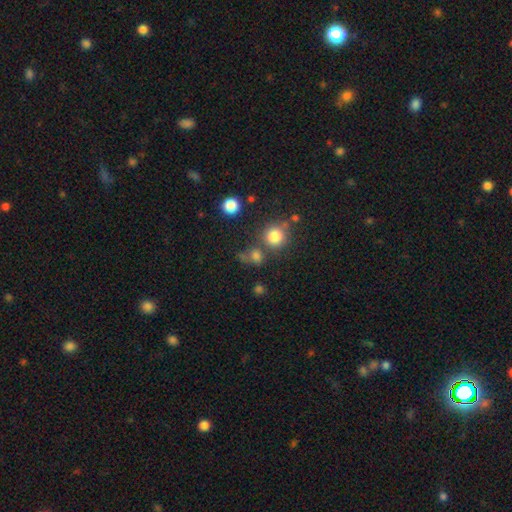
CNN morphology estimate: Q: Smooth or featured?
A: smooth (74%); runner-up: star or artifact (18%)
Q: How rounded?
A: round (83%); runner-up: in between (16%)
Q: Merging?
A: none (62%); runner-up: merger (19%)